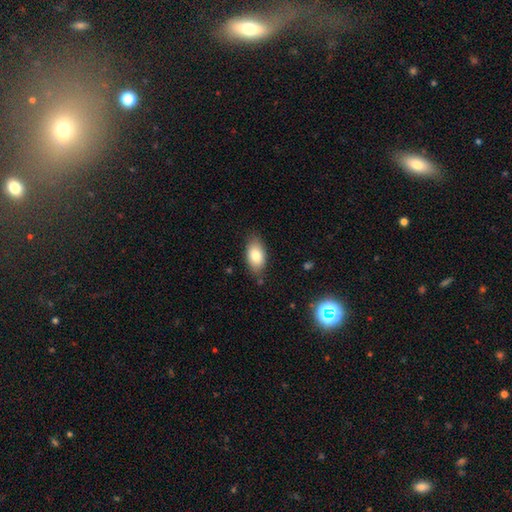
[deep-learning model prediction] smooth 82%, featured or disk 11%, star or artifact 7%. Down the decision tree: how rounded — in between (92%); merging — none (79%).